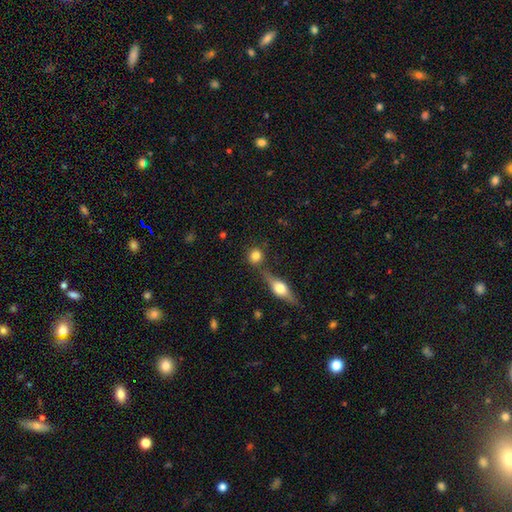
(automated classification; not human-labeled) A smooth galaxy with no disk features (79%) that is round (86%).

Vote fractions:
- Smooth or featured? smooth: 79% / featured or disk: 12% / star or artifact: 10%
- How rounded? round: 86% / in between: 11% / cigar-shaped: 3%
- Merging? none: 70% / merger: 17% / minor disturbance: 9% / major disturbance: 4%